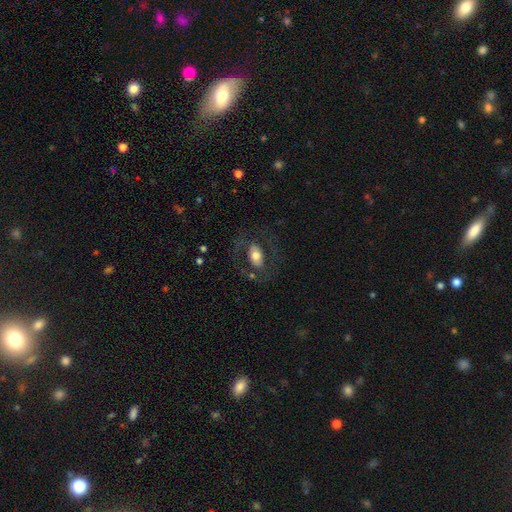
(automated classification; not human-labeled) Smooth or featured: smooth — 53% (featured or disk — 40%)
How rounded: in between — 88% (round — 10%)
Merging: none — 68% (major disturbance — 16%)